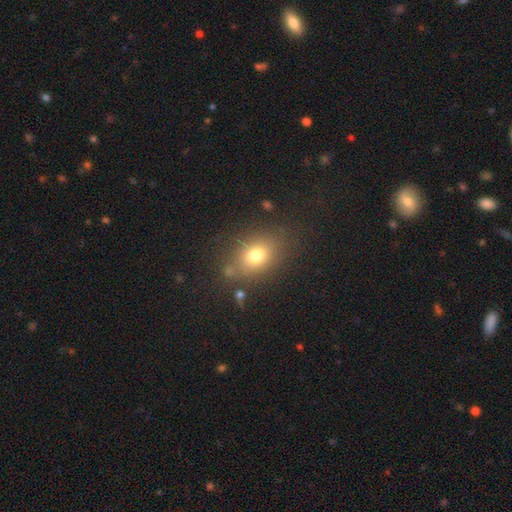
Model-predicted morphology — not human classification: A smooth galaxy with no disk features (75%) that is in between round and cigar-shaped (66%).

Vote fractions:
- Smooth or featured? smooth: 75% / star or artifact: 14% / featured or disk: 12%
- How rounded? in between: 66% / round: 33% / cigar-shaped: 2%
- Merging? none: 78% / minor disturbance: 13% / major disturbance: 6% / merger: 4%